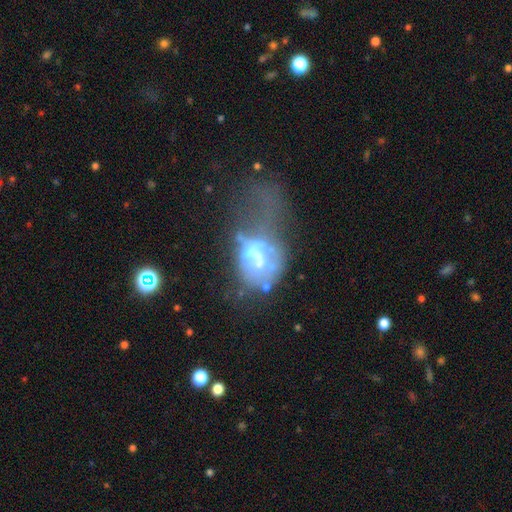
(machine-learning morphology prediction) The model was most divided on "bulge size": moderate: 31%, large: 25%, none: 25%, small: 11%, dominant: 8%. Remaining: edge-on disk — no (97%); spiral arms — no (86%); bar — no (78%); smooth or featured — featured or disk (58%); merging — major disturbance (48%).